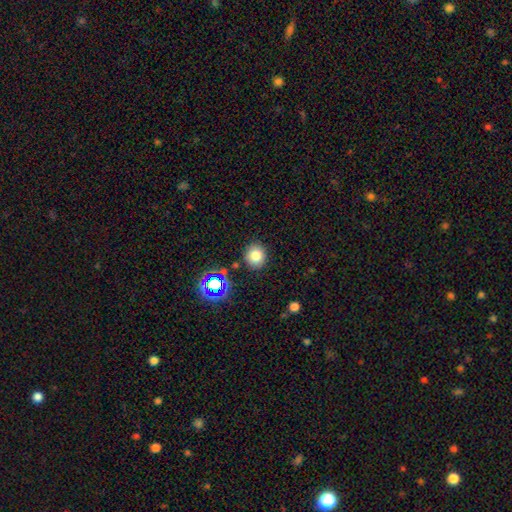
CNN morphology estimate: Smooth or featured? Predicted: smooth (p=0.78). How rounded? Predicted: round (p=0.82). Merging? Predicted: none (p=0.87).